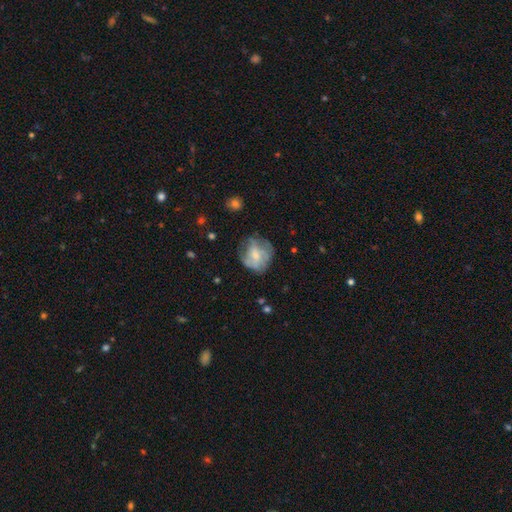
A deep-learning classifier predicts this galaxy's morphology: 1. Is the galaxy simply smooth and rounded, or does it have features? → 50% featured or disk, 42% smooth, 9% star or artifact.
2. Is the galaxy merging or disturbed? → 58% none, 23% minor disturbance, 17% major disturbance, 2% merger.